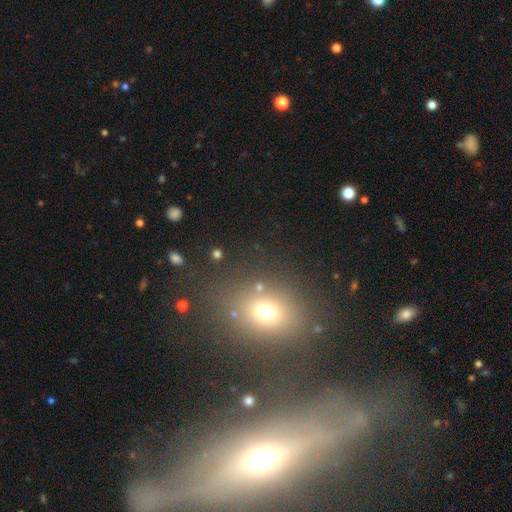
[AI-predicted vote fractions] Smooth or featured?
  - smooth: 46% *
  - star or artifact: 29%
  - featured or disk: 25%
Merging?
  - none: 74% *
  - minor disturbance: 12%
  - merger: 8%
  - major disturbance: 6%